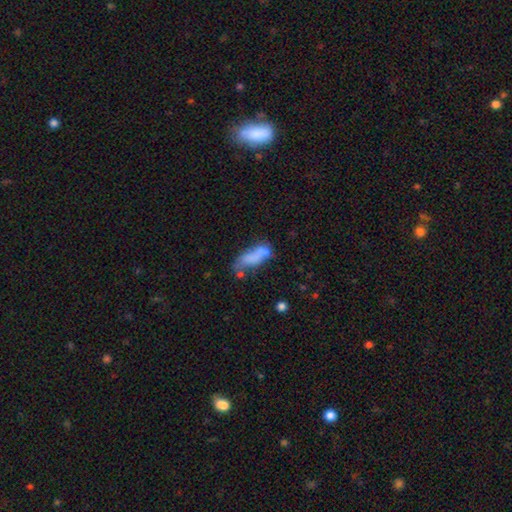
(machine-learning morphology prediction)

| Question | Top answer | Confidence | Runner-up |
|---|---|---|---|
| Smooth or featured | smooth | 64% | featured or disk (25%) |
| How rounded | in between | 63% | cigar-shaped (34%) |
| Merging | none | 35% | merger (24%) |